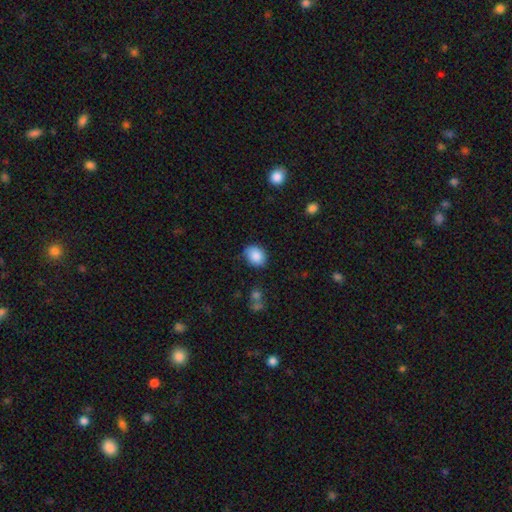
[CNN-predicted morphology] Smooth or featured? Predicted: smooth (p=0.86). How rounded? Predicted: in between (p=0.57). Merging? Predicted: none (p=0.75).